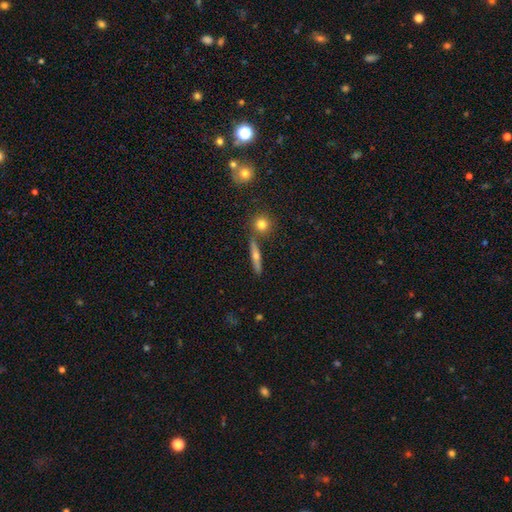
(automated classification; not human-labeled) Smooth or featured: featured or disk — 56% (smooth — 33%)
Edge-on disk: yes — 92% (no — 8%)
Edge-on bulge: rounded — 85% (none — 11%)
Merging: none — 77% (minor disturbance — 10%)